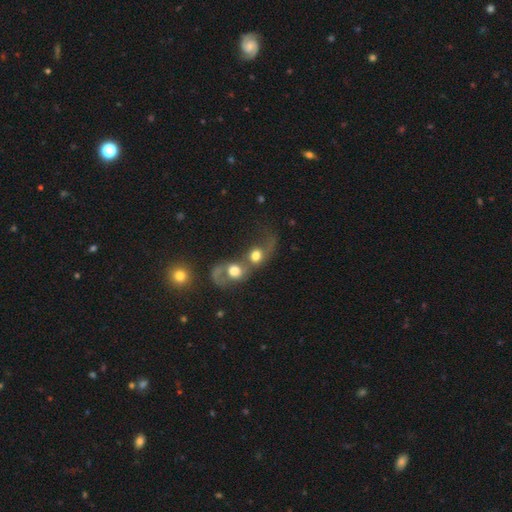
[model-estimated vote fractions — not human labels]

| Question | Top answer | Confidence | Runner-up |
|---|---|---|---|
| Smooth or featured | smooth | 61% | featured or disk (26%) |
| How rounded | round | 67% | in between (31%) |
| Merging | merger | 74% | none (12%) |